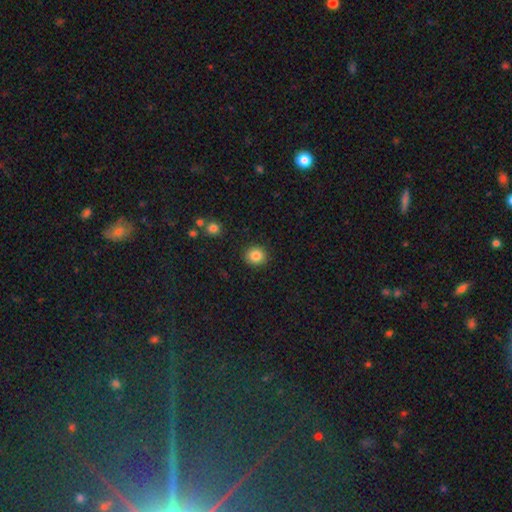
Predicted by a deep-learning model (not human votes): Morphology: type=smooth (85%); roundness=round (84%); merging=none (90%).